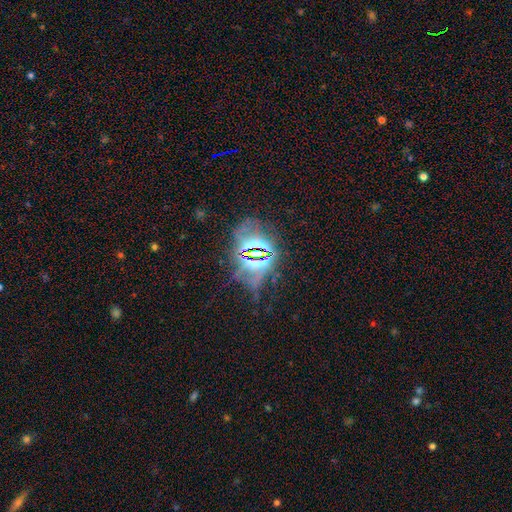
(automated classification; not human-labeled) Q: Smooth or featured?
A: star or artifact (74%); runner-up: featured or disk (14%)